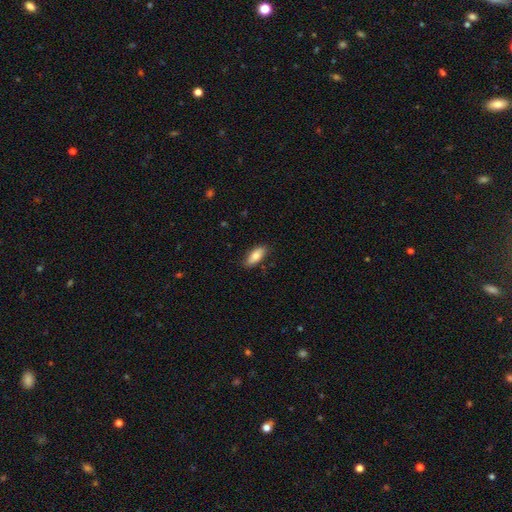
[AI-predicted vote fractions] This appears to be a smooth galaxy with no disk features (79%) that is in between round and cigar-shaped (80%). Merging: none (84%).